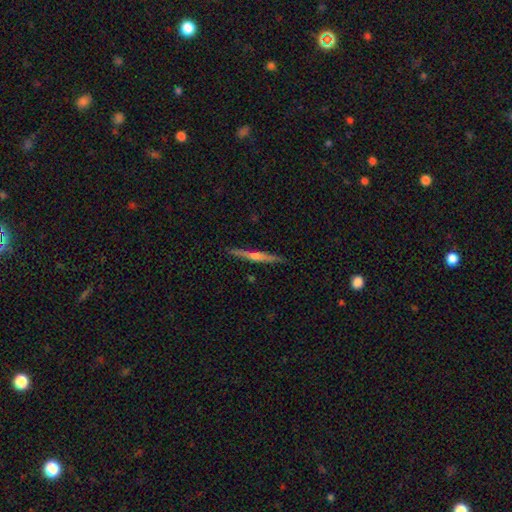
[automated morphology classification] smooth-or-featured: featured or disk: 65% | smooth: 28% | star or artifact: 6%
  disk-edge-on: yes: 98% | no: 2%
    edge-on-bulge: rounded: 71% | none: 19% | boxy: 9%
  merging: none: 89% | minor disturbance: 8% | major disturbance: 1% | merger: 1%